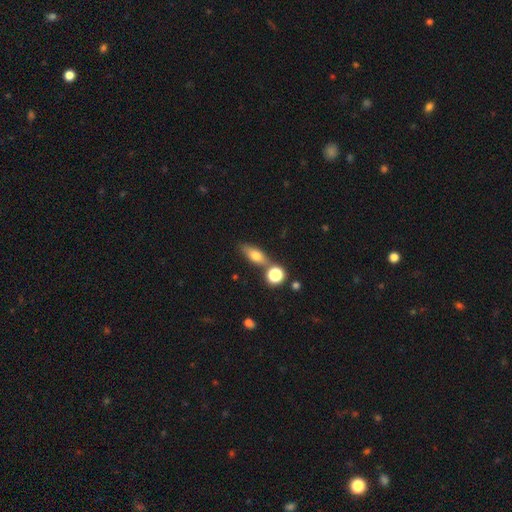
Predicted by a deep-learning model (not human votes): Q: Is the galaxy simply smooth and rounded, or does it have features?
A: smooth — 68%.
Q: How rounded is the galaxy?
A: in between — 67%.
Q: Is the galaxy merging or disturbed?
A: none — 64%.